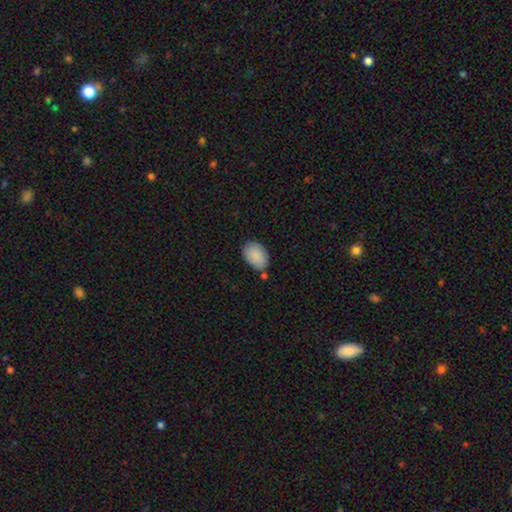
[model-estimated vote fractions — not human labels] Morphology: type=smooth (89%); roundness=in between (89%); merging=none (72%).